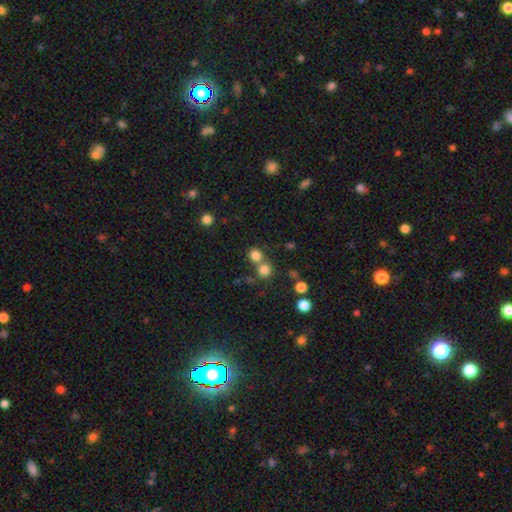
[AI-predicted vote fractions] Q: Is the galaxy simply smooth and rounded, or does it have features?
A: smooth — 79%.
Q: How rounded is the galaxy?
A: round — 81%.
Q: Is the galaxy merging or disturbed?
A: none — 54%.